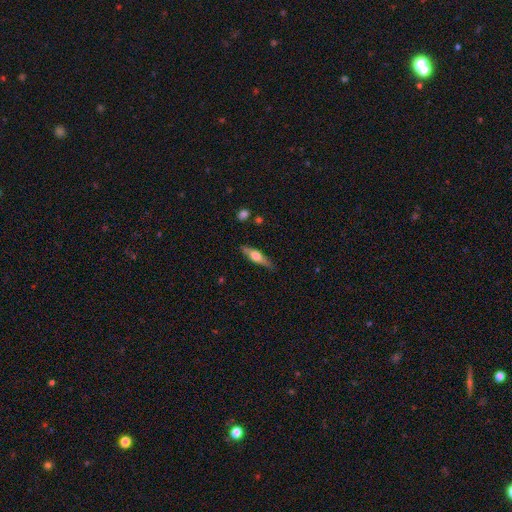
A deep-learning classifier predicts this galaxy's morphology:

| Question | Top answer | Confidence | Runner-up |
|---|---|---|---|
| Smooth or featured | featured or disk | 57% | smooth (37%) |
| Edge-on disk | yes | 94% | no (6%) |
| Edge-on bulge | rounded | 90% | boxy (8%) |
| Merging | none | 82% | minor disturbance (13%) |